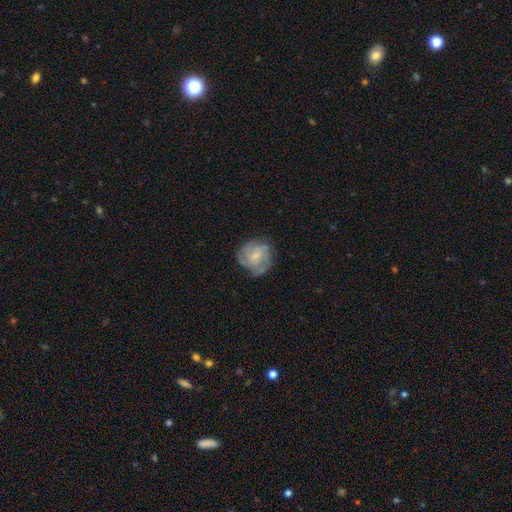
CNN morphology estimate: This appears to be a featured or disk galaxy (62%) with no bar (60%), tight (46%) spiral arms (85%) and a small central bulge (61%). Merging: none (65%).